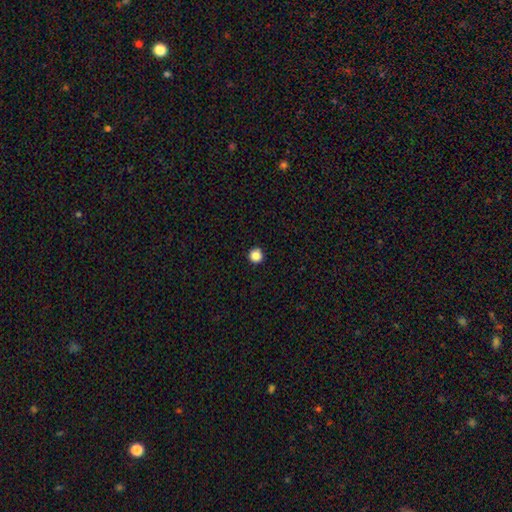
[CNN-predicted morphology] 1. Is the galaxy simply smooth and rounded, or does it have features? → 86% smooth, 11% star or artifact, 3% featured or disk.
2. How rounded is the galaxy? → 96% round, 3% in between, 1% cigar-shaped.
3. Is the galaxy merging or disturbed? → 93% none, 5% minor disturbance, 1% major disturbance, 1% merger.